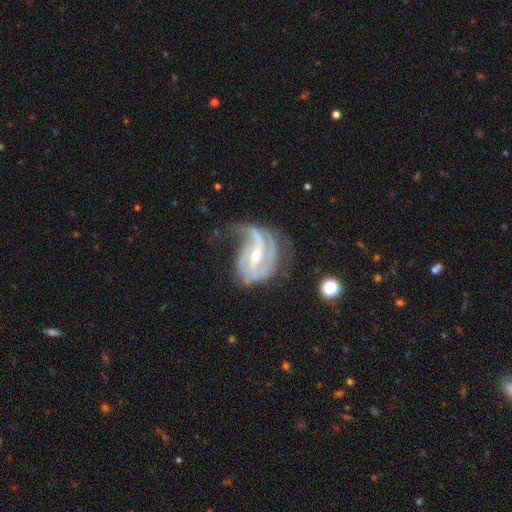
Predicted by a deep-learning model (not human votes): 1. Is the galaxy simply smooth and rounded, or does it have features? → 89% featured or disk, 5% star or artifact, 5% smooth.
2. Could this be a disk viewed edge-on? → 97% no, 3% yes.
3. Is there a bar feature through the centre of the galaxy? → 47% strong, 38% weak, 15% no.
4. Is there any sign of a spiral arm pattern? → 96% yes, 4% no.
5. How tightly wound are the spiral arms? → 44% medium, 30% loose, 26% tight.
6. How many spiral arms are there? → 45% 2, 20% 3, 14% can't tell, 13% 1, 5% 4, 4% more than 4.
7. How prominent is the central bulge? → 51% small, 46% moderate, 1% large, 1% none, 1% dominant.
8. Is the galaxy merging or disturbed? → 36% none, 34% major disturbance, 26% minor disturbance, 4% merger.